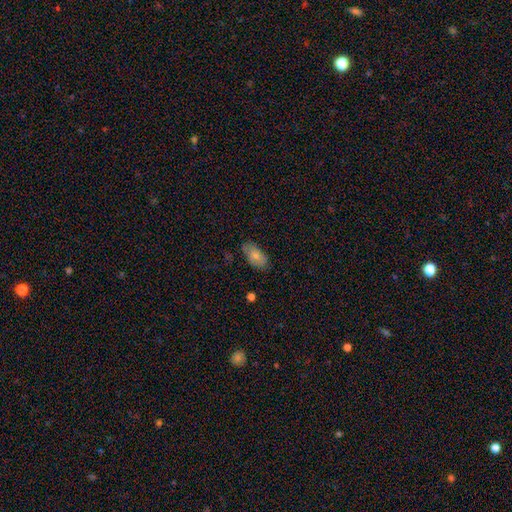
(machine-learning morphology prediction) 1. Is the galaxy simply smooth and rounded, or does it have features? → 75% smooth, 18% featured or disk, 7% star or artifact.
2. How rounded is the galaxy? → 93% in between, 3% round, 3% cigar-shaped.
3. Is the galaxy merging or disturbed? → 74% none, 20% minor disturbance, 4% major disturbance, 2% merger.